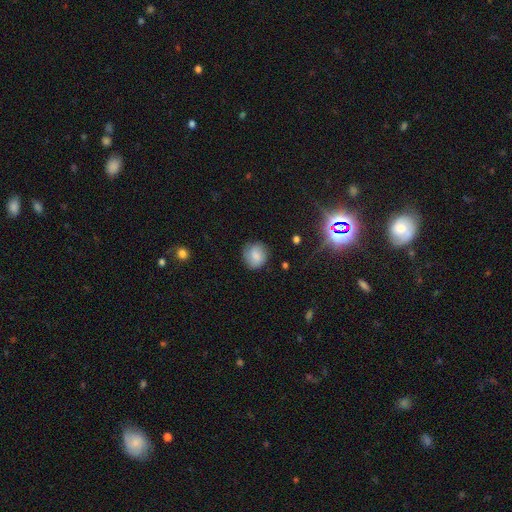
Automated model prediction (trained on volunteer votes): A smooth galaxy with no disk features (75%) that is round (85%).

Vote fractions:
- Smooth or featured? smooth: 75% / featured or disk: 15% / star or artifact: 10%
- How rounded? round: 85% / in between: 14% / cigar-shaped: 1%
- Merging? none: 79% / minor disturbance: 15% / major disturbance: 4% / merger: 1%